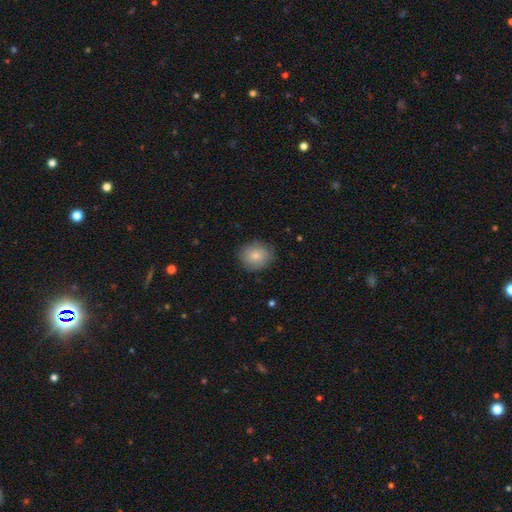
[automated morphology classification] Q: Smooth or featured?
A: smooth (81%); runner-up: featured or disk (13%)
Q: How rounded?
A: round (72%); runner-up: in between (27%)
Q: Merging?
A: none (82%); runner-up: minor disturbance (13%)